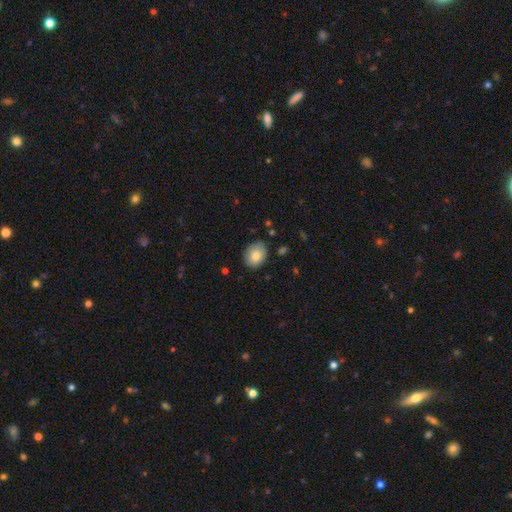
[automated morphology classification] Smooth or featured?
  - smooth: 82% *
  - featured or disk: 10%
  - star or artifact: 7%
How rounded?
  - in between: 64% *
  - round: 35%
  - cigar-shaped: 1%
Merging?
  - none: 81% *
  - minor disturbance: 15%
  - major disturbance: 3%
  - merger: 1%